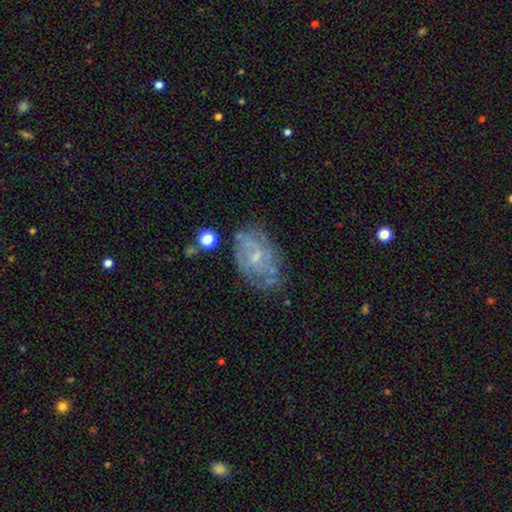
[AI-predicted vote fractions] The model was most divided on "spiral winding": tight: 48%, medium: 38%, loose: 14%. Remaining: edge-on disk — no (97%); spiral arms — yes (78%); smooth or featured — featured or disk (73%); bulge size — small (63%); merging — none (62%); bar — no (59%); spiral arm count — can't tell (44%).